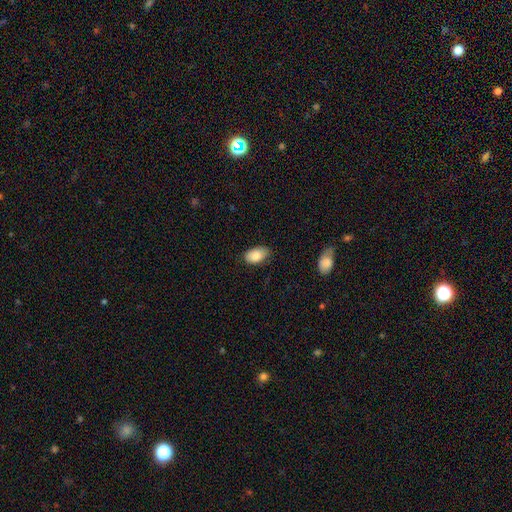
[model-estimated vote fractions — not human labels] Smooth or featured: smooth — 85% (featured or disk — 8%)
How rounded: in between — 93% (round — 6%)
Merging: none — 77% (minor disturbance — 19%)